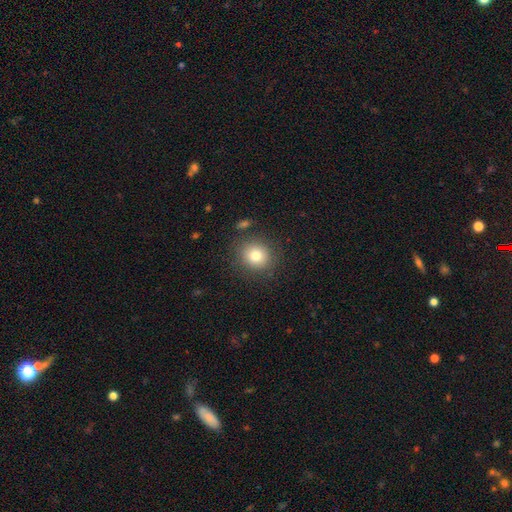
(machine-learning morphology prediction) type=smooth (79%); roundness=round (83%); merging=none (85%).